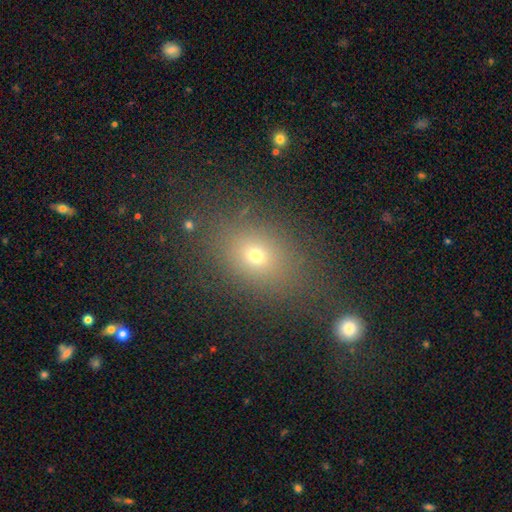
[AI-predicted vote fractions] Morphology: type=smooth (64%); roundness=in between (63%); merging=none (80%).